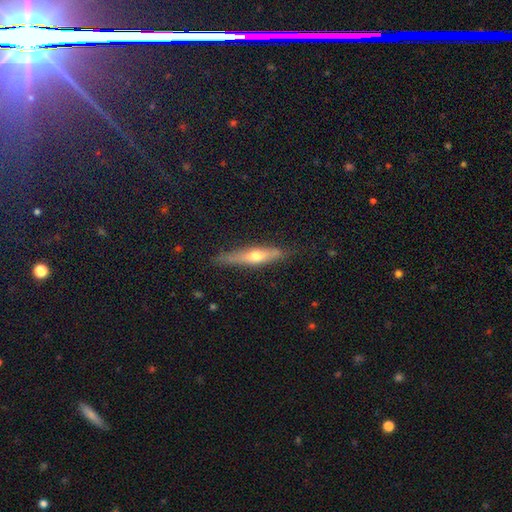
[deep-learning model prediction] Smooth or featured? featured or disk (48%)
Merging? none (76%)